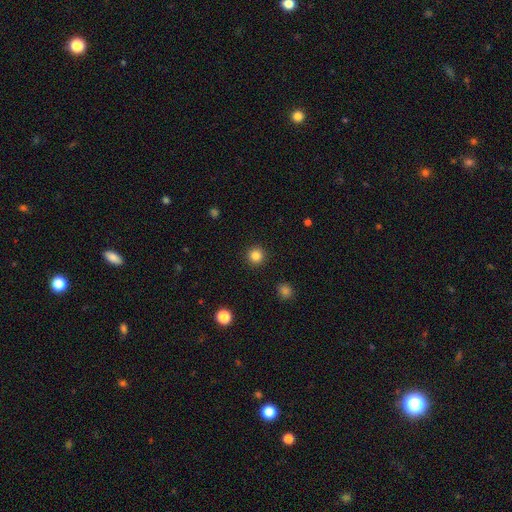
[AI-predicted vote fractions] Smooth or featured: smooth — 84% (star or artifact — 12%)
How rounded: round — 96% (in between — 4%)
Merging: none — 93% (minor disturbance — 5%)